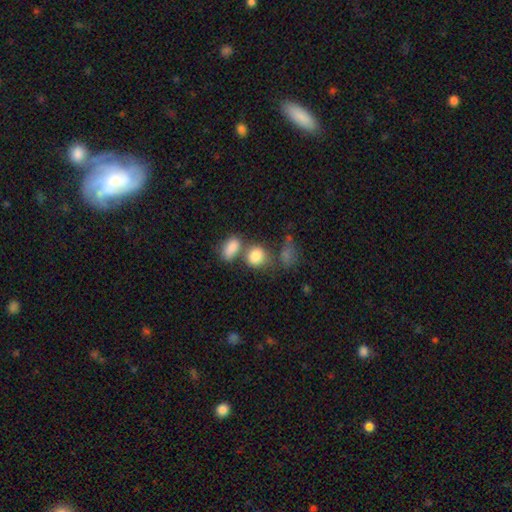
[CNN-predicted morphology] A smooth galaxy with no disk features (82%) that is round (51%).

Vote fractions:
- Smooth or featured? smooth: 82% / star or artifact: 9% / featured or disk: 9%
- How rounded? round: 51% / in between: 48% / cigar-shaped: 2%
- Merging? merger: 42% / none: 39% / minor disturbance: 12% / major disturbance: 7%